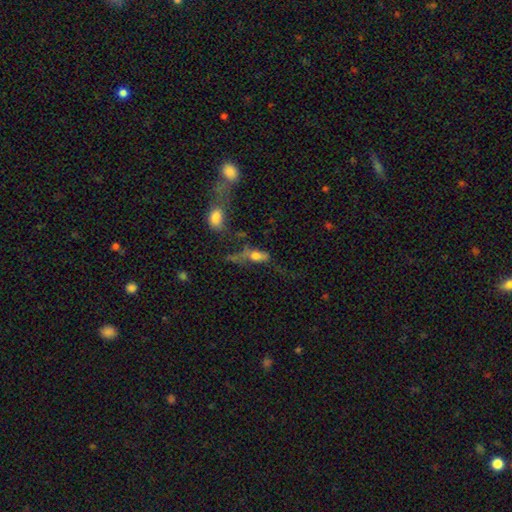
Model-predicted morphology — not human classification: type=smooth (51%); roundness=in between (64%); merging=major disturbance (35%).